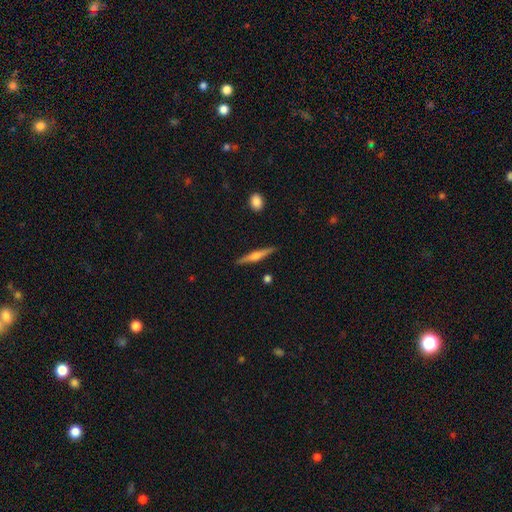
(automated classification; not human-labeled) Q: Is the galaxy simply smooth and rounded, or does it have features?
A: featured or disk — 61%.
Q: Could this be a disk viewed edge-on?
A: yes — 97%.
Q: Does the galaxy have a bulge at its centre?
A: rounded — 82%.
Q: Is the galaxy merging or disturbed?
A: none — 89%.